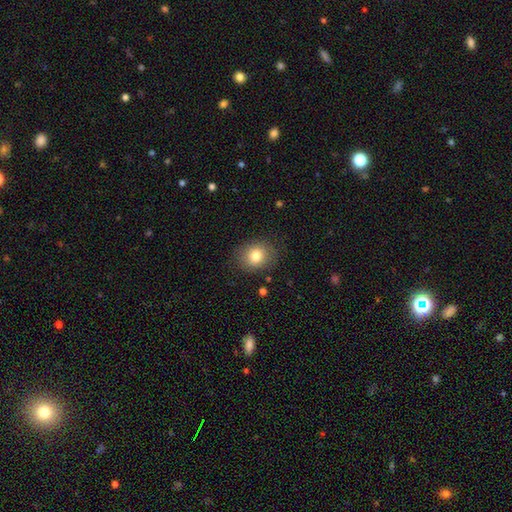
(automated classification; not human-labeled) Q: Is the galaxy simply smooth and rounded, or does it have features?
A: smooth — 80%.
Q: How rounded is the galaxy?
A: round — 62%.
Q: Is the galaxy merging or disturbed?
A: none — 86%.